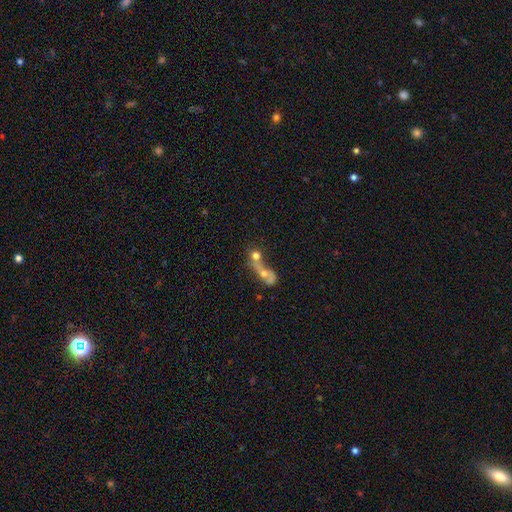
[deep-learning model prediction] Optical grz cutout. It shows a smooth galaxy with no disk features (61%) that is round (67%). Merging: merger (68%).